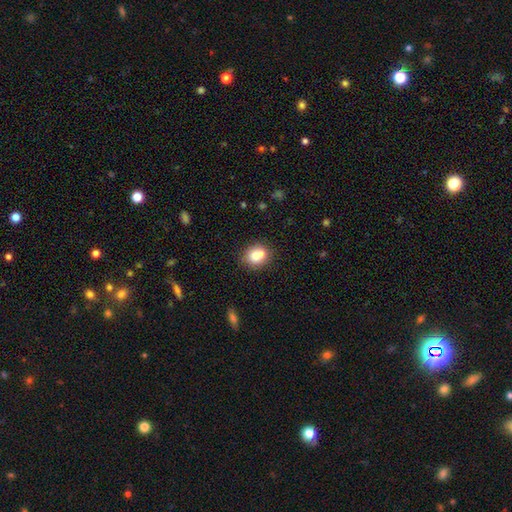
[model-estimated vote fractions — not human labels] A smooth galaxy with no disk features (74%) that is round (69%). Merging: none (51%).